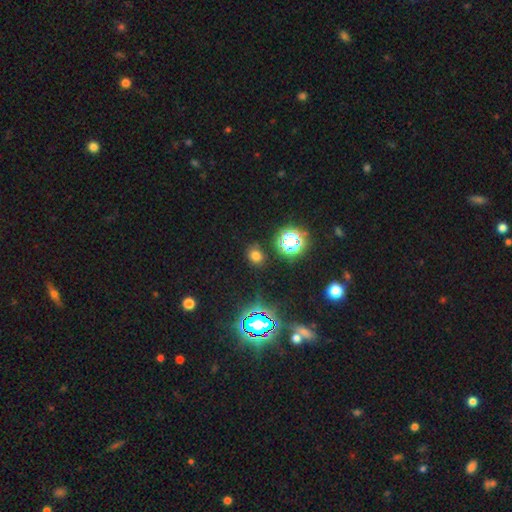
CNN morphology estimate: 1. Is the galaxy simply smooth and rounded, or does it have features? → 64% smooth, 30% star or artifact, 6% featured or disk.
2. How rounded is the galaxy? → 68% round, 31% in between, 1% cigar-shaped.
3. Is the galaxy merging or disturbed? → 85% none, 9% minor disturbance, 3% major disturbance, 2% merger.